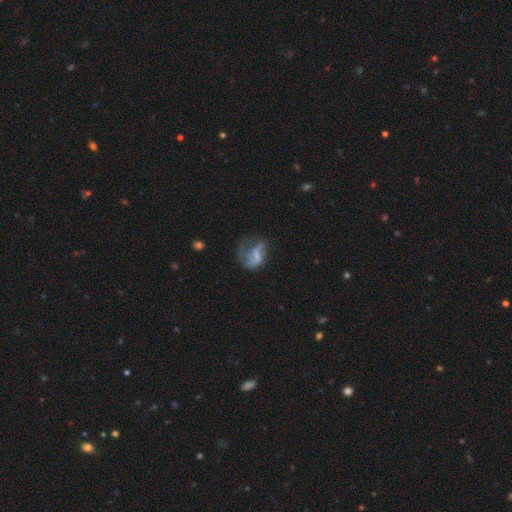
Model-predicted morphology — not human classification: The model was most divided on "bar": no: 50%, weak: 36%, strong: 13%. Remaining: edge-on disk — no (97%); spiral arms — yes (58%); smooth or featured — featured or disk (53%); bulge size — none (53%); merging — major disturbance (49%).